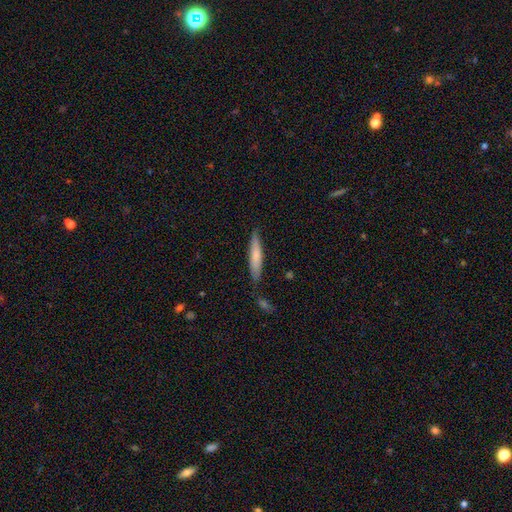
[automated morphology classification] A smooth galaxy with no disk features (71%) that is cigar-shaped (88%).

Vote fractions:
- Smooth or featured? smooth: 71% / featured or disk: 24% / star or artifact: 5%
- How rounded? cigar-shaped: 88% / in between: 10% / round: 1%
- Merging? none: 80% / minor disturbance: 14% / merger: 3% / major disturbance: 3%